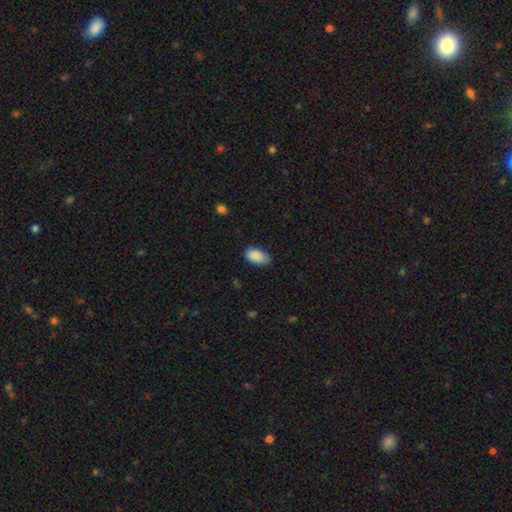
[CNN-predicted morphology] smooth-or-featured: smooth: 89% | star or artifact: 7% | featured or disk: 4%
  how-rounded: in between: 94% | round: 4% | cigar-shaped: 2%
  merging: none: 74% | minor disturbance: 22% | major disturbance: 3% | merger: 1%